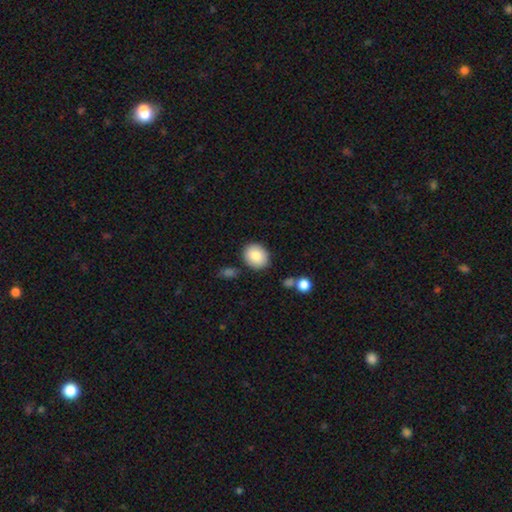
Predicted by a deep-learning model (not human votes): A smooth galaxy with no disk features (86%) that is round (56%).

Vote fractions:
- Smooth or featured? smooth: 86% / star or artifact: 7% / featured or disk: 7%
- How rounded? round: 56% / in between: 43% / cigar-shaped: 1%
- Merging? none: 84% / minor disturbance: 9% / merger: 4% / major disturbance: 3%